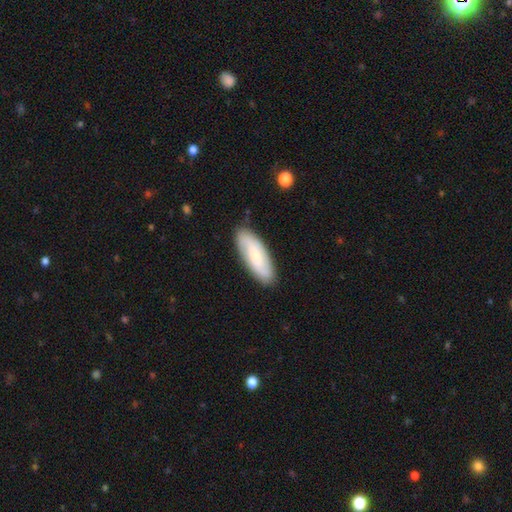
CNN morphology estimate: Smooth or featured: smooth — 54% (featured or disk — 40%)
How rounded: in between — 68% (cigar-shaped — 30%)
Merging: none — 85% (minor disturbance — 12%)